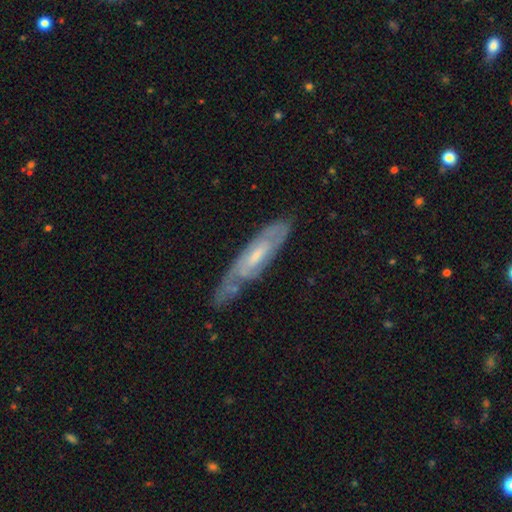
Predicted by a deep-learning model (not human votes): The model was most divided on "edge-on disk": no: 67%, yes: 33%. More confident: smooth or featured — featured or disk (73%); merging — none (62%).